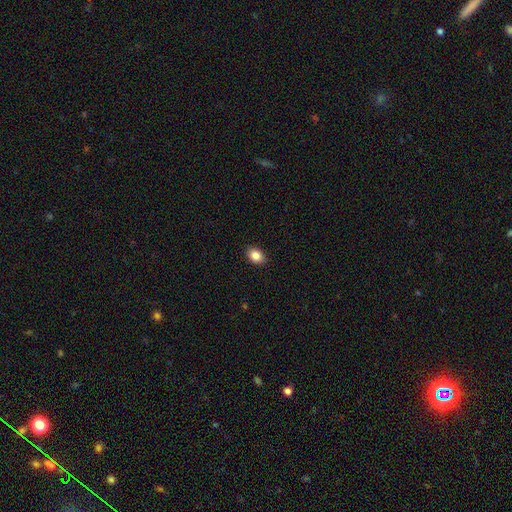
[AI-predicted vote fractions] The model was most divided on "how rounded": in between: 75%, round: 24%, cigar-shaped: 1%. More confident: merging — none (90%); smooth or featured — smooth (86%).